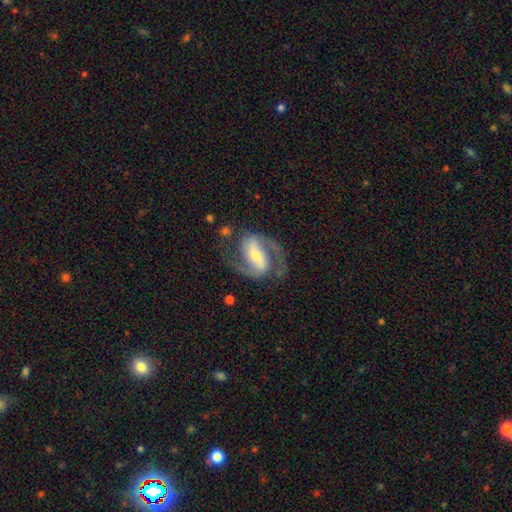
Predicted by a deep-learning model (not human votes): A featured or disk galaxy (90%) with a strong bar (54%), 2 (93%) medium (60%) spiral arms (97%) and a moderate central bulge (50%).

Vote fractions:
- Smooth or featured? featured or disk: 90% / smooth: 5% / star or artifact: 5%
- Edge-on disk? no: 97% / yes: 3%
- Bar? strong: 54% / weak: 30% / no: 15%
- Spiral arms? yes: 97% / no: 3%
- Spiral winding? medium: 60% / loose: 21% / tight: 19%
- Spiral arm count? 2: 93% / can't tell: 2% / 1: 2% / 3: 1% / 4: 1% / more than 4: 1%
- Bulge size? moderate: 50% / small: 42% / large: 5% / none: 2% / dominant: 1%
- Merging? none: 77% / minor disturbance: 13% / major disturbance: 8% / merger: 2%